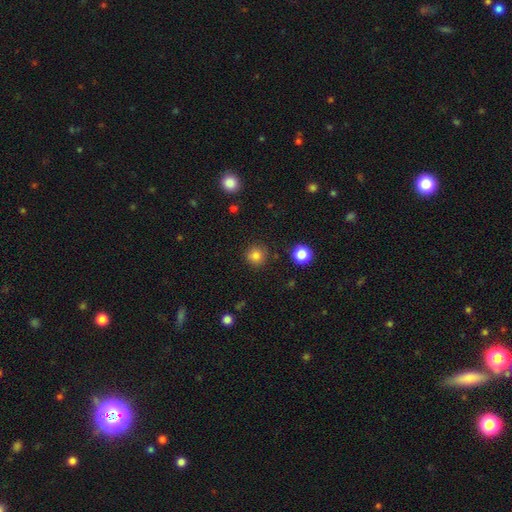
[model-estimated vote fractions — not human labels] This appears to be a smooth galaxy with no disk features (83%) that is round (93%). Merging: none (87%).